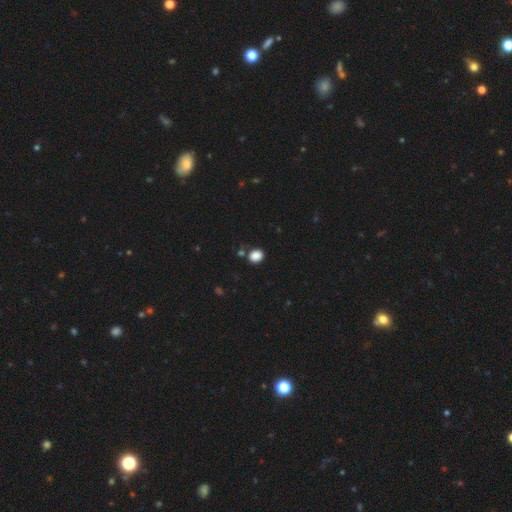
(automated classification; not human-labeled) Morphology: type=smooth (86%); roundness=round (53%); merging=none (75%).